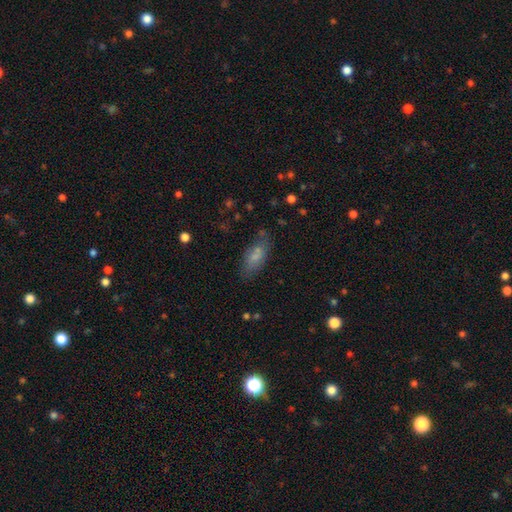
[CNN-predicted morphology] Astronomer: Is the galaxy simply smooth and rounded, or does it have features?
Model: smooth — 71%.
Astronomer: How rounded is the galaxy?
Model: in between — 79%.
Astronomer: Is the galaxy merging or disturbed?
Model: none — 65%.